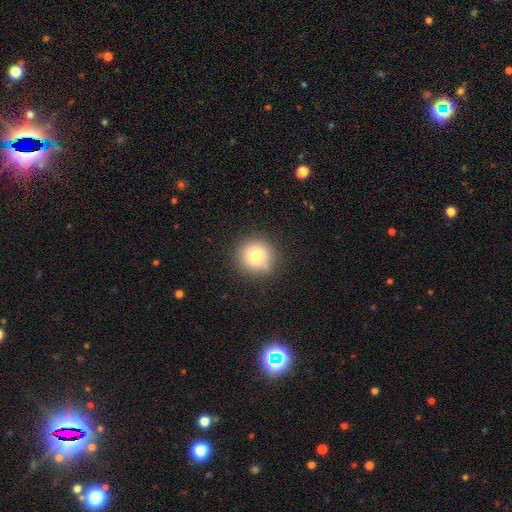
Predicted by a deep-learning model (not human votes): Smooth or featured?
  - smooth: 76% *
  - featured or disk: 12%
  - star or artifact: 12%
How rounded?
  - round: 94% *
  - in between: 5%
  - cigar-shaped: 1%
Merging?
  - none: 81% *
  - minor disturbance: 13%
  - major disturbance: 3%
  - merger: 2%